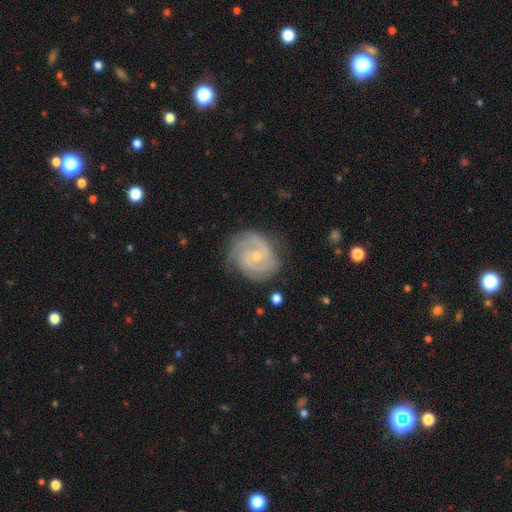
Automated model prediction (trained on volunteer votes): Smooth or featured: featured or disk — 89% (smooth — 6%)
Edge-on disk: no — 98% (yes — 2%)
Bar: no — 57% (weak — 36%)
Spiral arms: yes — 98% (no — 2%)
Spiral winding: tight — 66% (medium — 30%)
Spiral arm count: 2 — 60% (3 — 22%)
Bulge size: small — 61% (moderate — 36%)
Merging: none — 77% (minor disturbance — 17%)